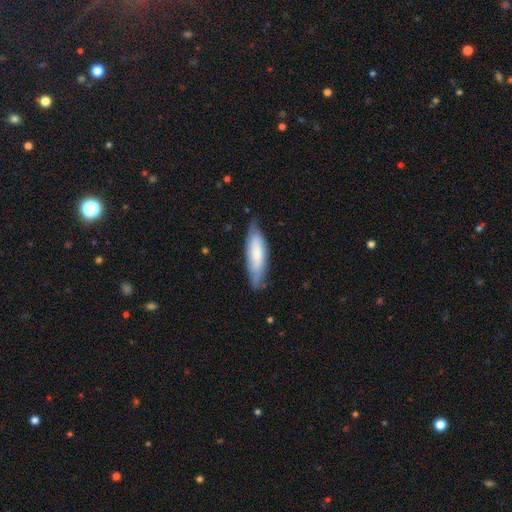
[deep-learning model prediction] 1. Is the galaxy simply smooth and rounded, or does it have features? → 69% smooth, 26% featured or disk, 5% star or artifact.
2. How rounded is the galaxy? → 52% cigar-shaped, 46% in between, 1% round.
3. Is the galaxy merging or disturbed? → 71% none, 23% minor disturbance, 4% major disturbance, 1% merger.